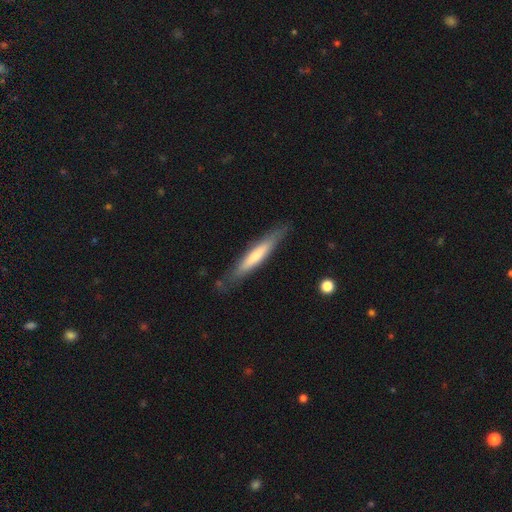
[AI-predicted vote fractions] smooth 61%, featured or disk 34%, star or artifact 5%. Down the decision tree: how rounded — cigar-shaped (91%); merging — none (82%).